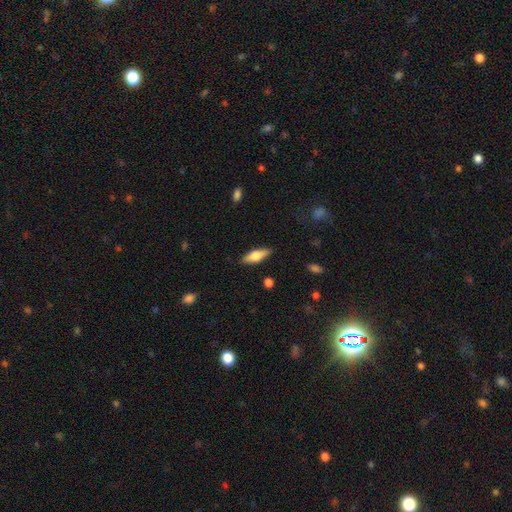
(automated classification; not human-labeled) smooth-or-featured: smooth: 60% | featured or disk: 34% | star or artifact: 6%
  how-rounded: in between: 57% | cigar-shaped: 41% | round: 3%
  merging: none: 86% | minor disturbance: 11% | major disturbance: 2% | merger: 1%